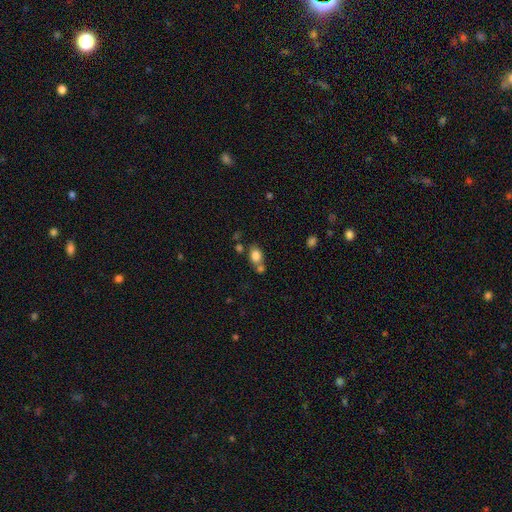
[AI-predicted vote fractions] smooth 82%, star or artifact 10%, featured or disk 9%. Down the decision tree: how rounded — in between (69%); merging — none (52%).